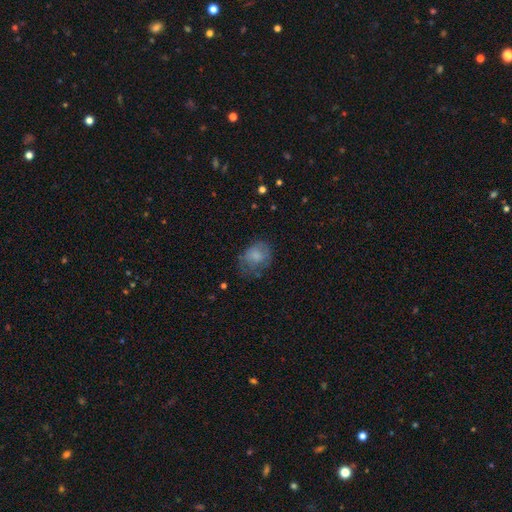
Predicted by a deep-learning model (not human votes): A smooth galaxy with no disk features (68%) that is round (50%). Merging: none (50%).